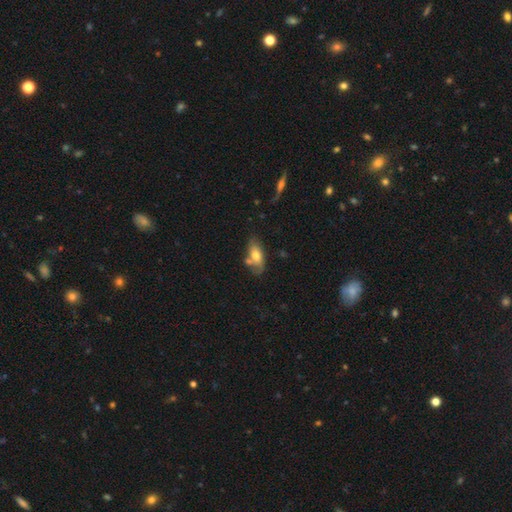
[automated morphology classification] A smooth galaxy with no disk features (60%) that is in between round and cigar-shaped (87%). Merging: none (51%).